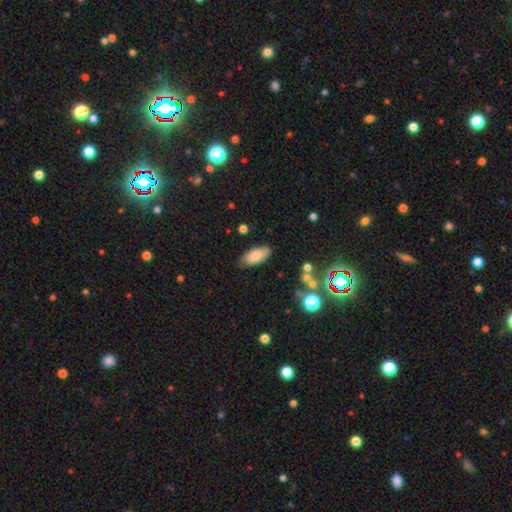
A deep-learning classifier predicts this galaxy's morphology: Q: Smooth or featured?
A: smooth (80%); runner-up: featured or disk (13%)
Q: How rounded?
A: in between (87%); runner-up: cigar-shaped (11%)
Q: Merging?
A: none (80%); runner-up: minor disturbance (15%)